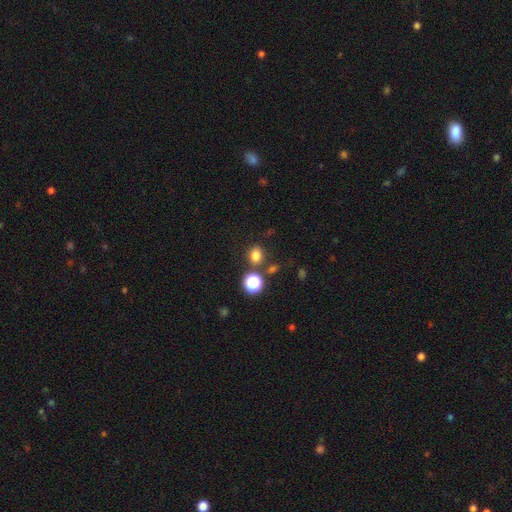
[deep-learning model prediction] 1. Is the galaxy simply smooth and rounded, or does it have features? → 77% smooth, 17% star or artifact, 6% featured or disk.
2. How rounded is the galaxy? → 58% round, 41% in between, 1% cigar-shaped.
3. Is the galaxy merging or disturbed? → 76% none, 11% minor disturbance, 10% merger, 4% major disturbance.